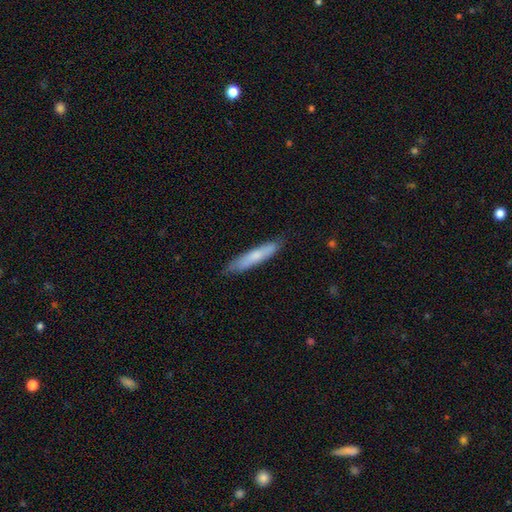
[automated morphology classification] This appears to be a smooth galaxy with no disk features (68%) that is cigar-shaped (89%). Merging: none (82%).